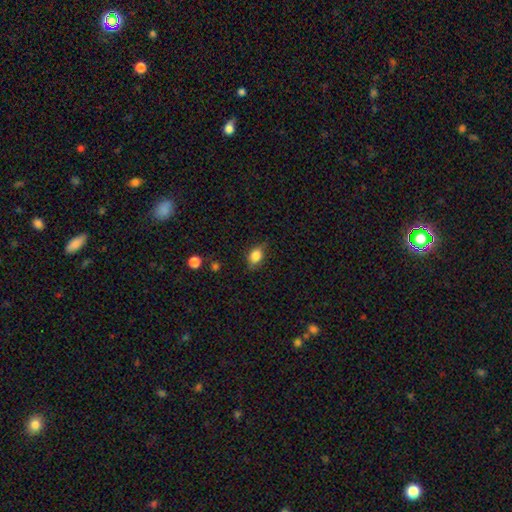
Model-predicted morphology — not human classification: smooth 84%, star or artifact 9%, featured or disk 7%. Down the decision tree: how rounded — in between (75%); merging — none (75%).